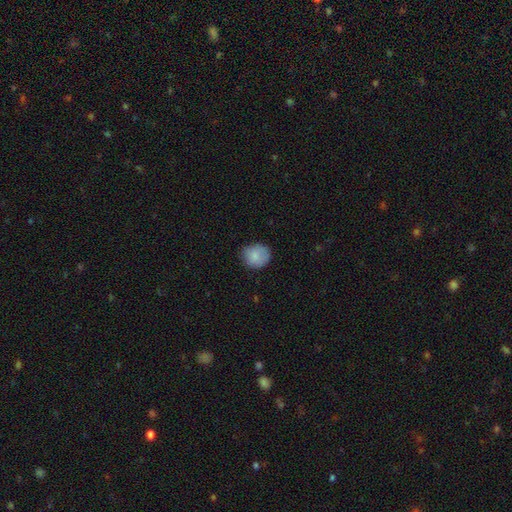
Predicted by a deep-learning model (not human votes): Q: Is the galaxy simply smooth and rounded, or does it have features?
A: smooth — 84%.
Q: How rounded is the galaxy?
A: round — 80%.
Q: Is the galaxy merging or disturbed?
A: none — 78%.